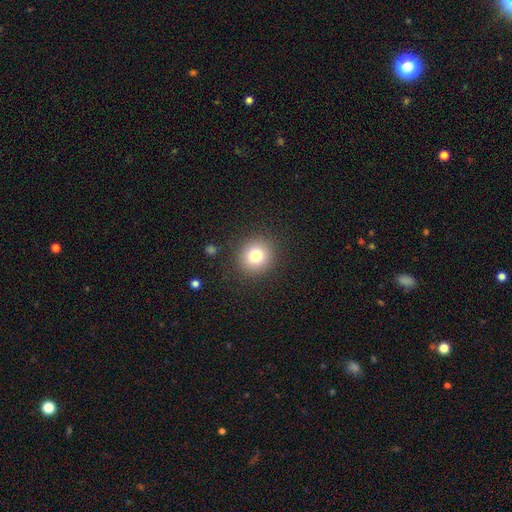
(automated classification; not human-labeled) Smooth or featured: smooth — 78% (star or artifact — 12%)
How rounded: round — 88% (in between — 11%)
Merging: none — 88% (minor disturbance — 7%)